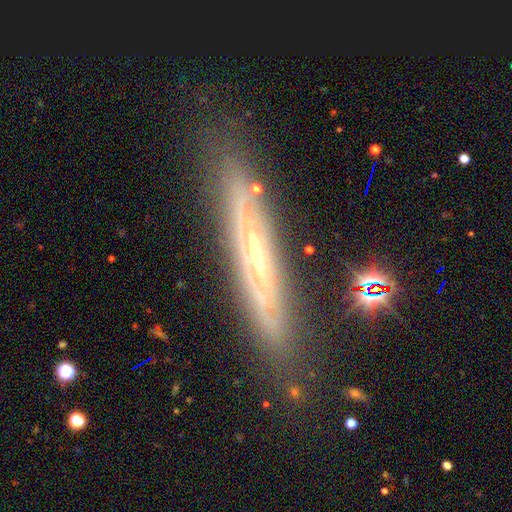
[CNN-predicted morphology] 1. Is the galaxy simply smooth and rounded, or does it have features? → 75% featured or disk, 16% smooth, 9% star or artifact.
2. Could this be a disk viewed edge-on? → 71% yes, 29% no.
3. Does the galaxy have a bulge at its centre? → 53% none, 40% rounded, 7% boxy.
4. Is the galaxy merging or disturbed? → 80% none, 14% minor disturbance, 4% major disturbance, 2% merger.